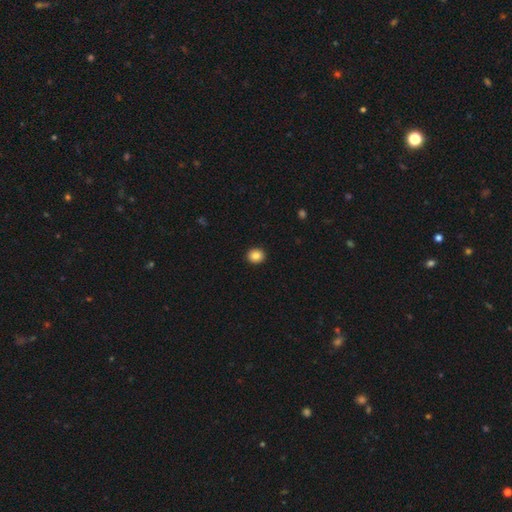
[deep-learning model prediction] The model was most divided on "how rounded": round: 80%, in between: 19%, cigar-shaped: 1%. More confident: merging — none (93%); smooth or featured — smooth (85%).